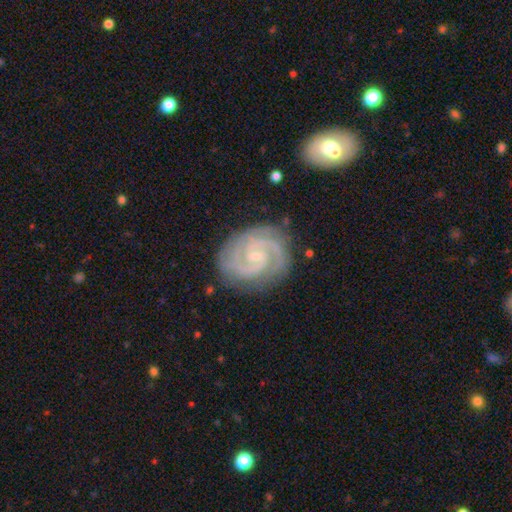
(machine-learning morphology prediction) Smooth or featured: featured or disk — 92% (star or artifact — 5%)
Edge-on disk: no — 98% (yes — 2%)
Bar: no — 53% (weak — 37%)
Spiral arms: yes — 99% (no — 1%)
Spiral winding: tight — 64% (medium — 33%)
Spiral arm count: 2 — 78% (3 — 11%)
Bulge size: small — 79% (moderate — 13%)
Merging: none — 79% (minor disturbance — 15%)